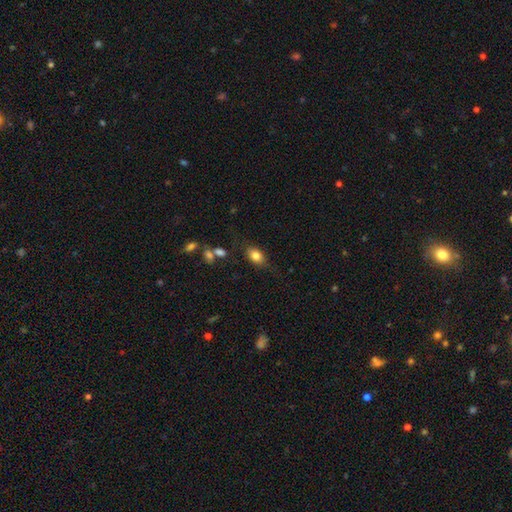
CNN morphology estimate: Q: Smooth or featured?
A: smooth (82%); runner-up: featured or disk (10%)
Q: How rounded?
A: in between (80%); runner-up: round (18%)
Q: Merging?
A: none (75%); runner-up: minor disturbance (17%)